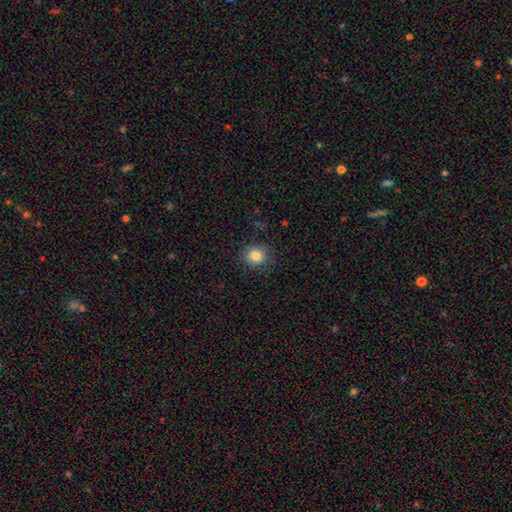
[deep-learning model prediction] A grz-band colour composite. It shows a smooth galaxy with no disk features (83%) that is round (84%). Merging: none (86%).